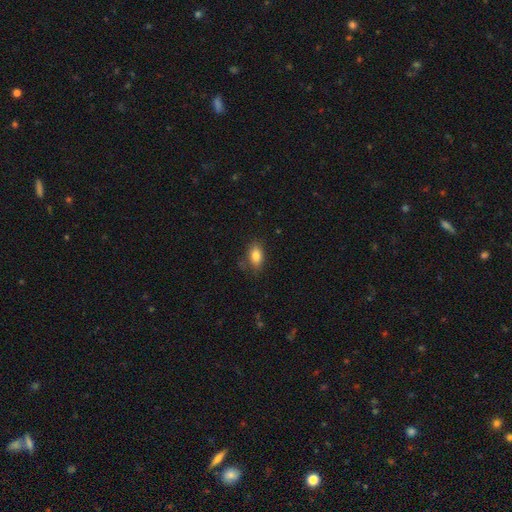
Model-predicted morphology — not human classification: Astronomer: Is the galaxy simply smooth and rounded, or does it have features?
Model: smooth — 83%.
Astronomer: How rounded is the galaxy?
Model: in between — 87%.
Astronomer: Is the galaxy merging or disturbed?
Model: none — 76%.